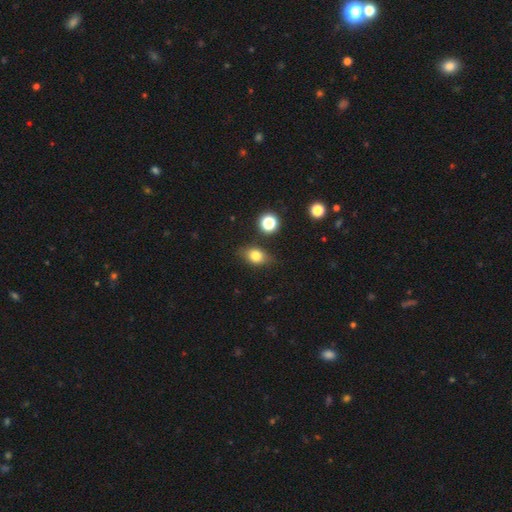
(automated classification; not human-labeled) Smooth or featured?
  - smooth: 78% *
  - star or artifact: 11%
  - featured or disk: 11%
How rounded?
  - in between: 67% *
  - round: 30%
  - cigar-shaped: 2%
Merging?
  - none: 76% *
  - minor disturbance: 16%
  - major disturbance: 4%
  - merger: 4%